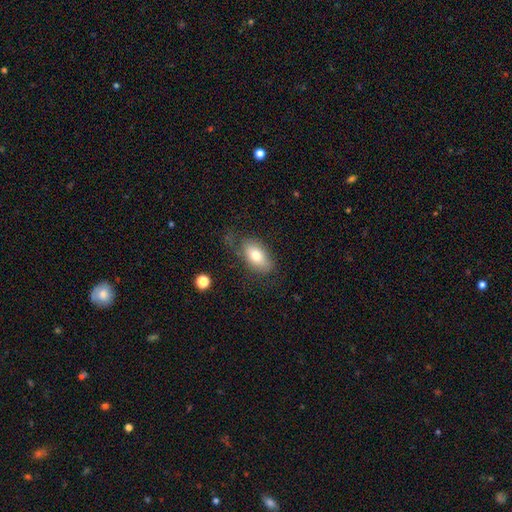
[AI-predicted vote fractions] A smooth galaxy with no disk features (74%) that is in between round and cigar-shaped (91%). Merging: none (63%).